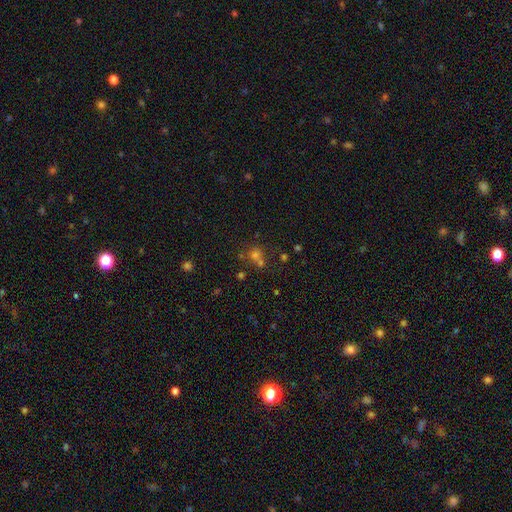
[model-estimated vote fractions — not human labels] Smooth or featured? smooth (49%)
Merging? none (54%)